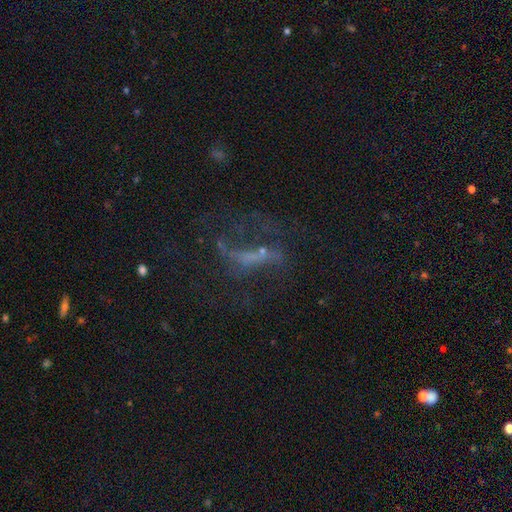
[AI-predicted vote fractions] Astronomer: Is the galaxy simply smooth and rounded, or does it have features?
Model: featured or disk — 62%.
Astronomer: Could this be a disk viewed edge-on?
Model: no — 91%.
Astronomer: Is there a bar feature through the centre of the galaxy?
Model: no — 37% (runner-up: weak, 33%).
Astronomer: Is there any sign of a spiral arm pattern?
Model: yes — 59% (runner-up: no, 41%).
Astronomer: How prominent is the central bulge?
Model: none — 43% (runner-up: small, 42%).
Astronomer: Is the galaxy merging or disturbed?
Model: none — 47% (runner-up: major disturbance, 34%).